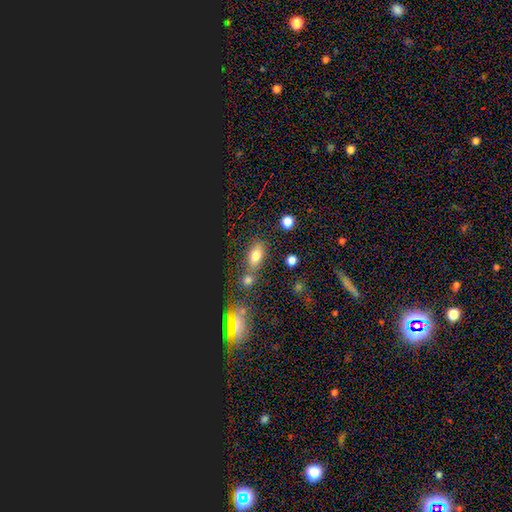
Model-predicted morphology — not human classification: This is likely a smooth galaxy (67%). How rounded: likely in between (79%). Merging: likely none (65%).